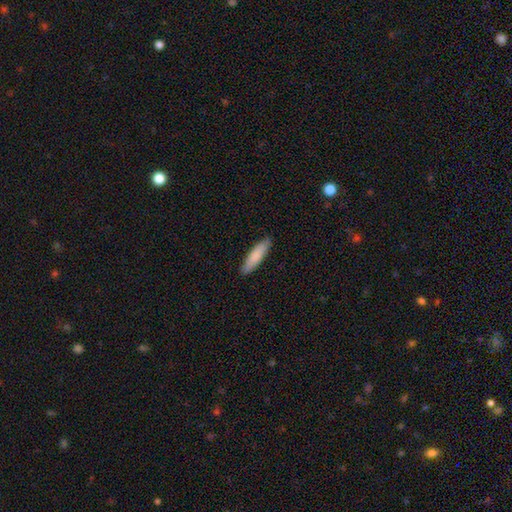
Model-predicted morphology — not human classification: type=smooth (85%); roundness=cigar-shaped (74%); merging=none (88%).